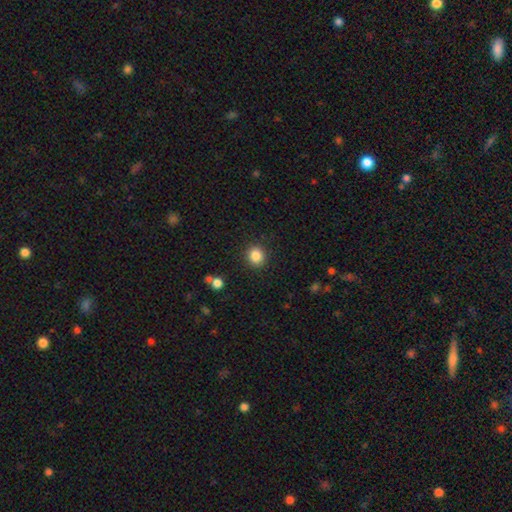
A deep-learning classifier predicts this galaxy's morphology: Smooth or featured?
  - smooth: 85% *
  - star or artifact: 10%
  - featured or disk: 4%
How rounded?
  - round: 85% *
  - in between: 14%
  - cigar-shaped: 1%
Merging?
  - none: 90% *
  - minor disturbance: 6%
  - major disturbance: 2%
  - merger: 1%